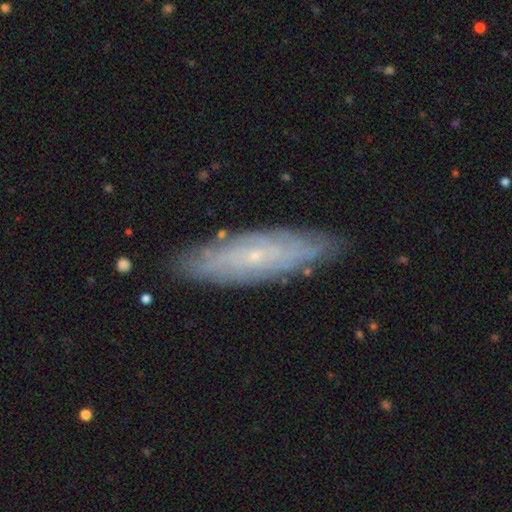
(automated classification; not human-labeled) Smooth or featured?
  - featured or disk: 70% *
  - smooth: 22%
  - star or artifact: 8%
Edge-on disk?
  - no: 72% *
  - yes: 28%
Bar?
  - no: 72% *
  - weak: 23%
  - strong: 5%
Spiral arms?
  - yes: 81% *
  - no: 19%
Bulge size?
  - small: 86% *
  - moderate: 10%
  - none: 3%
  - large: 1%
  - dominant: 1%
Merging?
  - none: 84% *
  - minor disturbance: 12%
  - major disturbance: 2%
  - merger: 1%